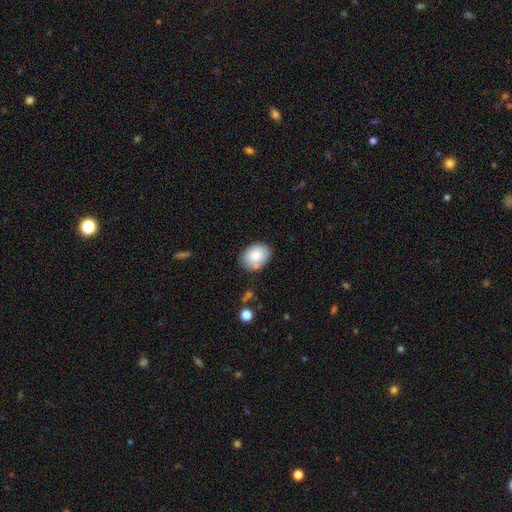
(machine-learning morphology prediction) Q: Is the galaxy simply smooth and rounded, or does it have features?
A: smooth — 84%.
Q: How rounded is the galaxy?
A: in between — 68%.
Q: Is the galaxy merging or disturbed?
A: none — 76%.